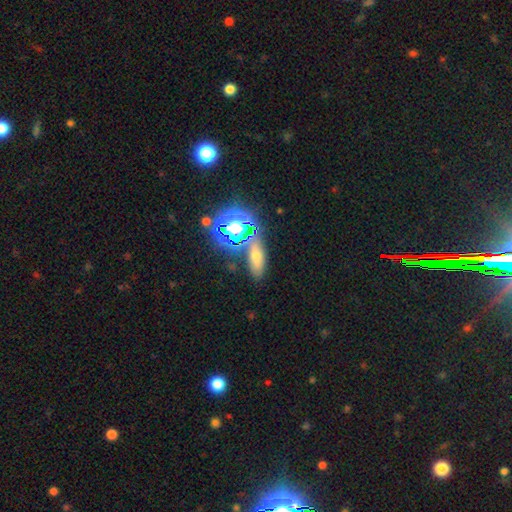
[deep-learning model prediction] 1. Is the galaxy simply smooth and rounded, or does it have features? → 46% smooth, 38% star or artifact, 16% featured or disk.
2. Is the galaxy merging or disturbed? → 70% none, 13% minor disturbance, 11% merger, 6% major disturbance.